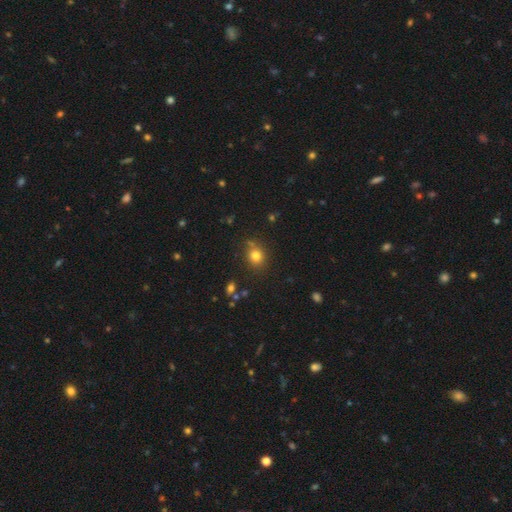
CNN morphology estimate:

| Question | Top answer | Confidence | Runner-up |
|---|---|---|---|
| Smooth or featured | smooth | 78% | star or artifact (14%) |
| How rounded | round | 76% | in between (23%) |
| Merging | none | 74% | minor disturbance (15%) |